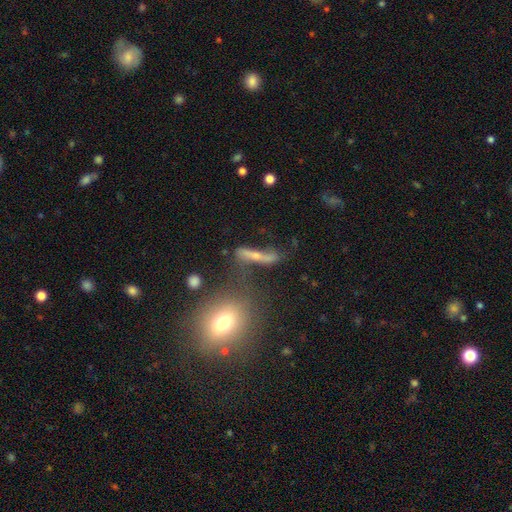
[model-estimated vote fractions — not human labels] featured or disk 43%, smooth 40%, star or artifact 17%. Down the decision tree: merging — none (47%).